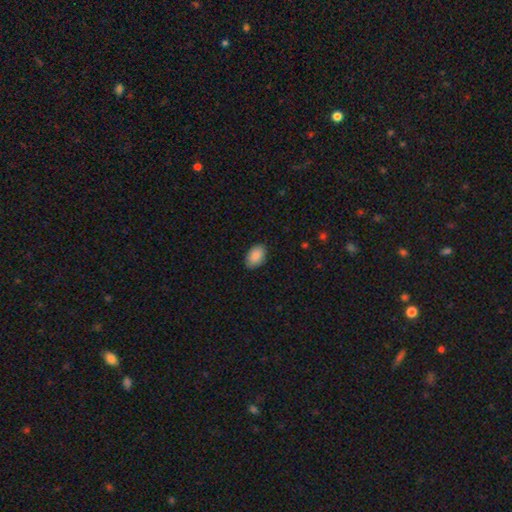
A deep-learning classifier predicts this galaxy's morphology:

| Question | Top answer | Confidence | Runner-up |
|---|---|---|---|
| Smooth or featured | smooth | 89% | star or artifact (7%) |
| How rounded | in between | 91% | round (8%) |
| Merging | none | 86% | minor disturbance (11%) |